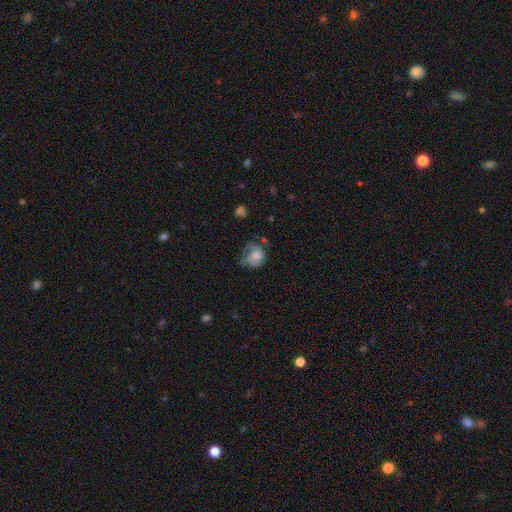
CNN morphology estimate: Overall: smooth (53%; featured or disk 38%). How rounded: round (61%; in between 37%). Merging: none (34%; major disturbance 32%).